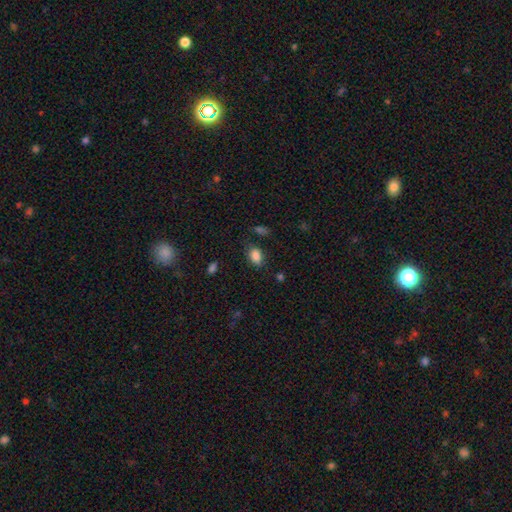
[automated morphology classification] A smooth galaxy with no disk features (86%) that is in between round and cigar-shaped (86%).

Vote fractions:
- Smooth or featured? smooth: 86% / star or artifact: 10% / featured or disk: 5%
- How rounded? in between: 86% / round: 12% / cigar-shaped: 2%
- Merging? none: 74% / minor disturbance: 18% / major disturbance: 5% / merger: 3%